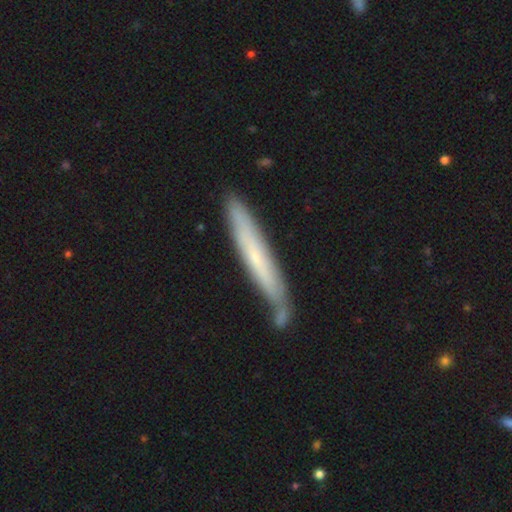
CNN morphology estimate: smooth_or_featured: smooth (p=0.48) [alt: featured or disk p=0.46]
merging: none (p=0.73) [alt: minor disturbance p=0.15]